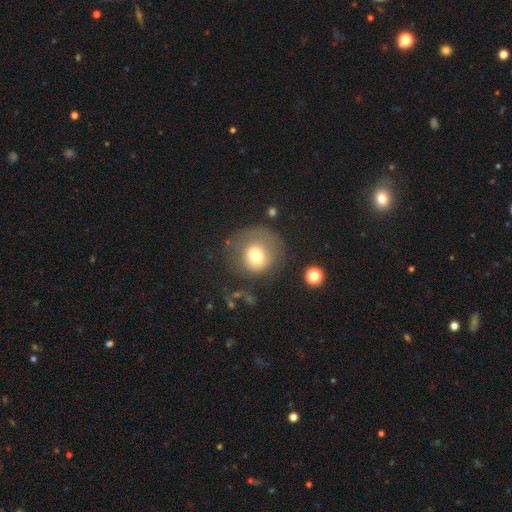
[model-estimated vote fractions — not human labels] Smooth or featured?
  - smooth: 69% *
  - featured or disk: 20%
  - star or artifact: 10%
How rounded?
  - round: 90% *
  - in between: 9%
  - cigar-shaped: 1%
Merging?
  - none: 55% *
  - minor disturbance: 21%
  - major disturbance: 20%
  - merger: 3%